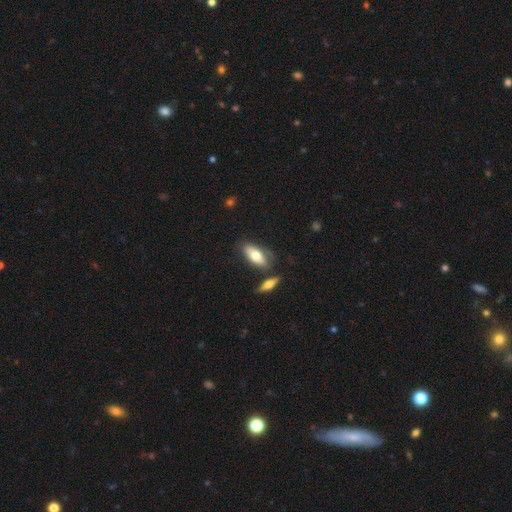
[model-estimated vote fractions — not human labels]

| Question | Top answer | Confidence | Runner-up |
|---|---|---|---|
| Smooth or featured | smooth | 67% | featured or disk (27%) |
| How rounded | in between | 79% | cigar-shaped (19%) |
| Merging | none | 66% | minor disturbance (17%) |